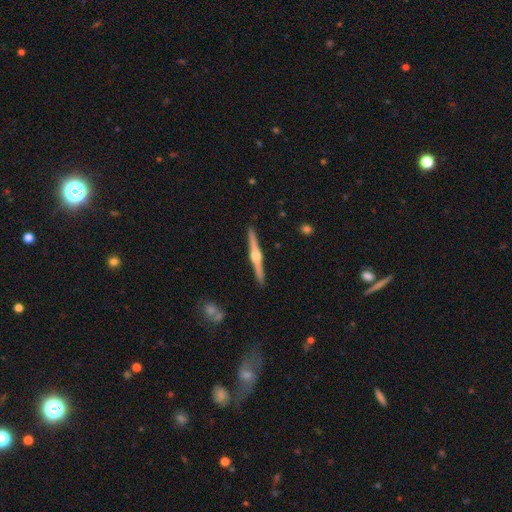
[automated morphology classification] Smooth or featured? featured or disk (83%)
Edge-on disk? yes (99%)
Edge-on bulge? rounded (93%)
Merging? none (92%)